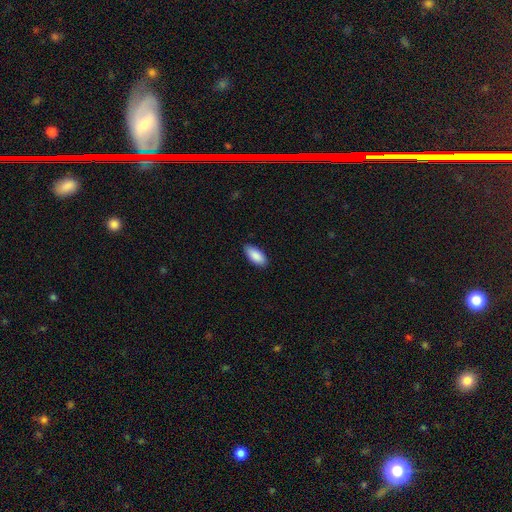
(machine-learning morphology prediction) A smooth galaxy with no disk features (89%) that is in between round and cigar-shaped (91%). Merging: none (85%).